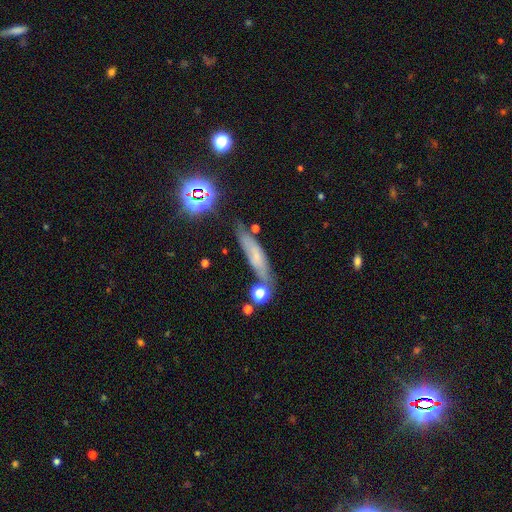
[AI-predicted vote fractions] A smooth galaxy with no disk features (49%).

Vote fractions:
- Smooth or featured? smooth: 49% / featured or disk: 31% / star or artifact: 20%
- Merging? none: 68% / minor disturbance: 18% / merger: 8% / major disturbance: 6%